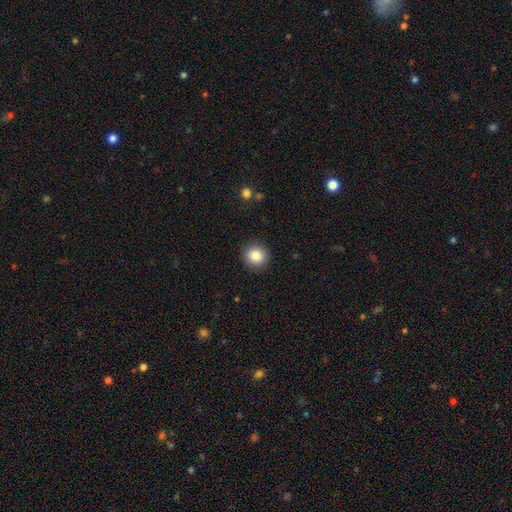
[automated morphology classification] The model was most divided on "smooth or featured": smooth: 85%, star or artifact: 10%, featured or disk: 6%. More confident: how rounded — round (92%); merging — none (91%).